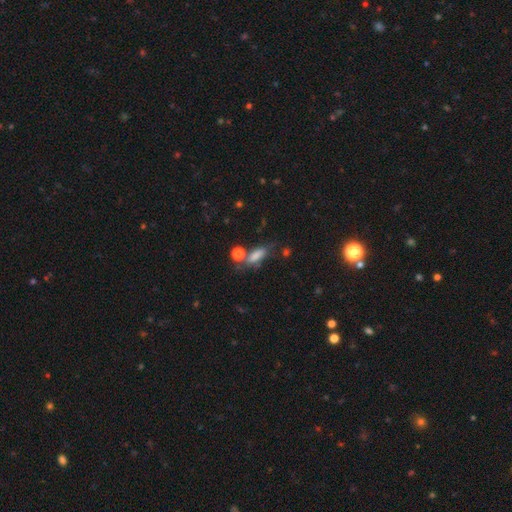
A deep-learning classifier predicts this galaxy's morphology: Q: Smooth or featured?
A: smooth (74%); runner-up: star or artifact (13%)
Q: How rounded?
A: in between (60%); runner-up: cigar-shaped (32%)
Q: Merging?
A: none (52%); runner-up: minor disturbance (19%)